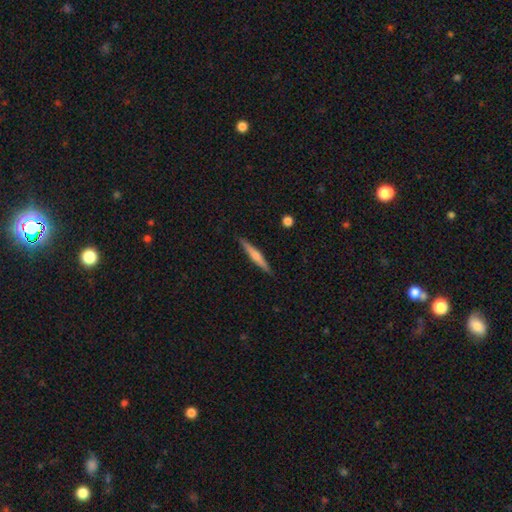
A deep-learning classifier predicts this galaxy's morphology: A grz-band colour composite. It shows a featured or disk galaxy (49%). Merging: none (90%).